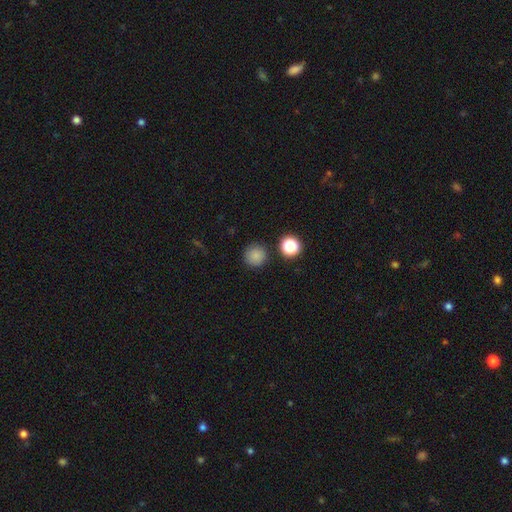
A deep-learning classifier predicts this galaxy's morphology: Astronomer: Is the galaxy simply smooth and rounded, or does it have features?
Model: smooth — 82%.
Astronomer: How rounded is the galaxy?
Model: round — 95%.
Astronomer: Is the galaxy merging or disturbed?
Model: none — 87%.